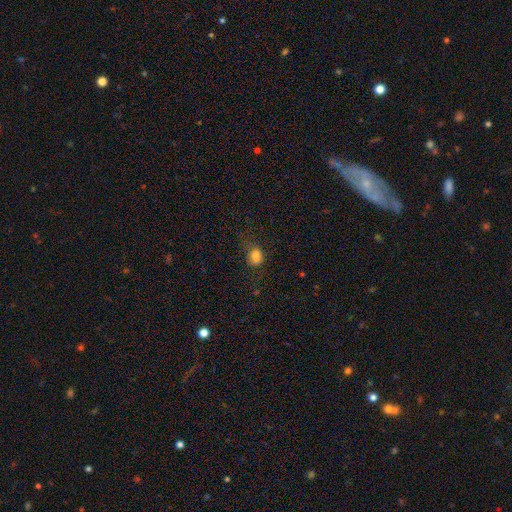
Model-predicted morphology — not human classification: A smooth galaxy with no disk features (78%) that is in between round and cigar-shaped (61%). Merging: none (53%).